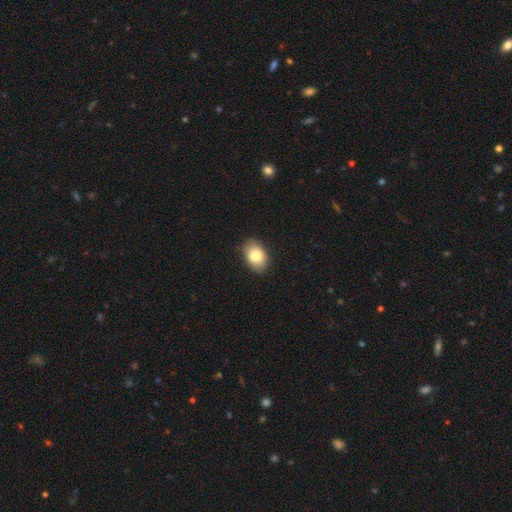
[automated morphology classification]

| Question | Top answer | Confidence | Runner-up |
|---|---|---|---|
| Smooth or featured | smooth | 82% | featured or disk (11%) |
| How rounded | in between | 84% | round (15%) |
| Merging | none | 84% | minor disturbance (12%) |